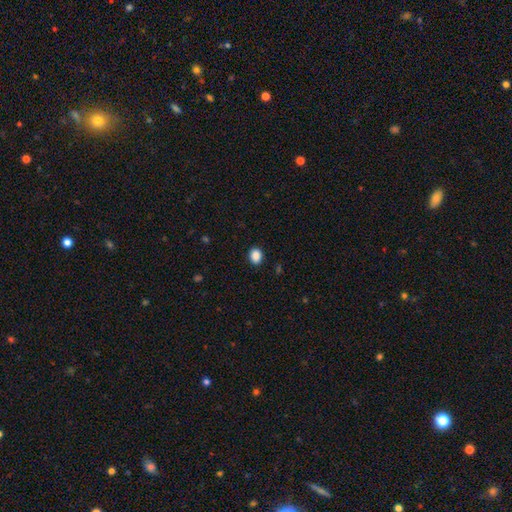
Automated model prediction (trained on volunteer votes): Overall: smooth (88%). How rounded: in between (51%; round 48%). Merging: none (90%).